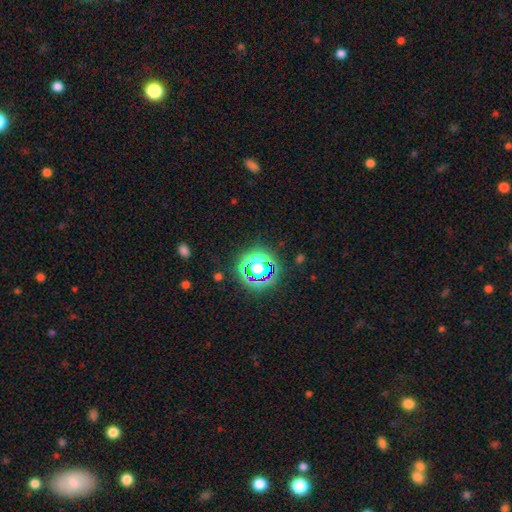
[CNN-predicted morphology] smooth-or-featured: star or artifact: 74% | smooth: 18% | featured or disk: 8%